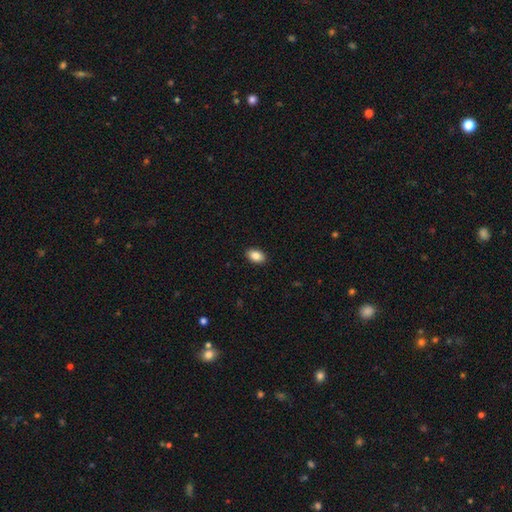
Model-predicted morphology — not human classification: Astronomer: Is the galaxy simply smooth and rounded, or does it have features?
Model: smooth — 87%.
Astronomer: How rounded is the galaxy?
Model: in between — 90%.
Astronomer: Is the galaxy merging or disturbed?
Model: none — 90%.